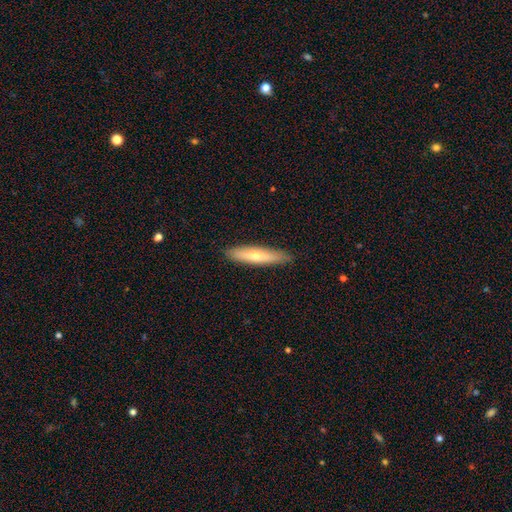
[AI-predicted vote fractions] Smooth or featured: smooth — 60% (featured or disk — 34%)
How rounded: cigar-shaped — 82% (in between — 16%)
Merging: none — 87% (minor disturbance — 10%)